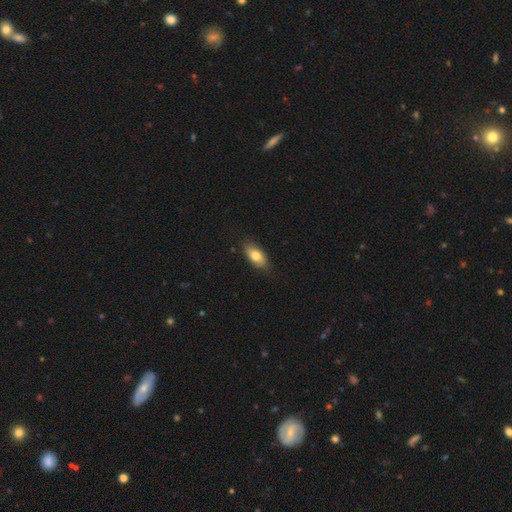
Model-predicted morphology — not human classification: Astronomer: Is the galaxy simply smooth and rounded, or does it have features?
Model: smooth — 78%.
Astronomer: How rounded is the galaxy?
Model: in between — 89%.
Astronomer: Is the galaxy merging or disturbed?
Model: none — 83%.